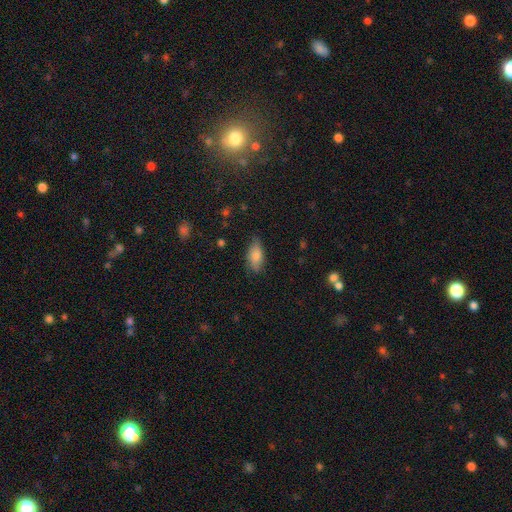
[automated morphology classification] Smooth or featured? Predicted: smooth (p=0.80). How rounded? Predicted: in between (p=0.87). Merging? Predicted: none (p=0.74).